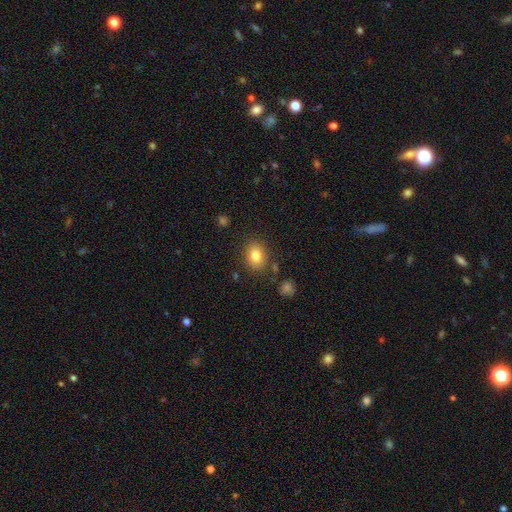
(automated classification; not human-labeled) Smooth or featured: smooth — 82% (star or artifact — 9%)
How rounded: in between — 64% (round — 35%)
Merging: none — 82% (minor disturbance — 11%)